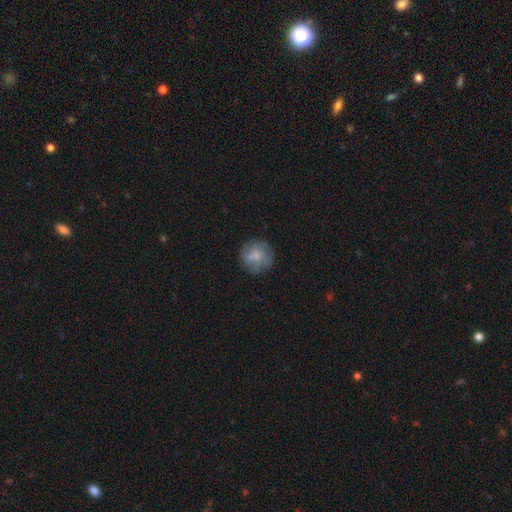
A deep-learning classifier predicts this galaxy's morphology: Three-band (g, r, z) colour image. It shows a smooth galaxy with no disk features (58%) that is round (90%). Merging: none (76%).